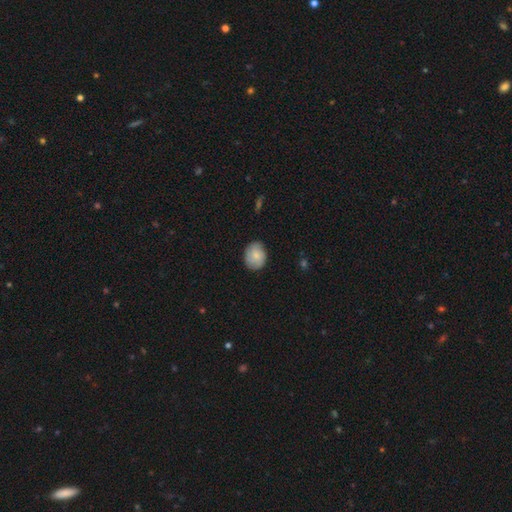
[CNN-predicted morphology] Smooth or featured? smooth (74%)
How rounded? round (55%)
Merging? none (78%)